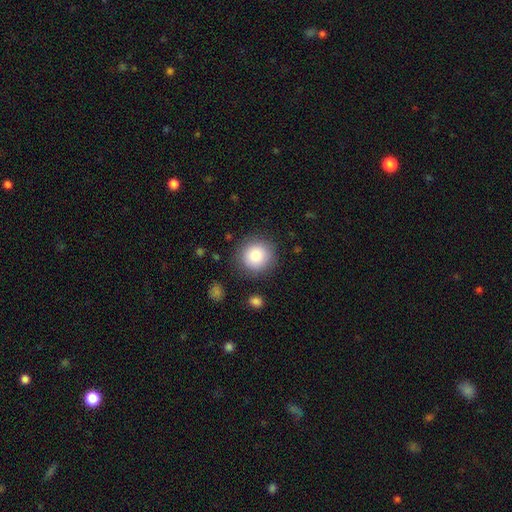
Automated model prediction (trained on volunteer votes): smooth-or-featured: smooth: 84% | star or artifact: 9% | featured or disk: 7%
  how-rounded: round: 93% | in between: 6% | cigar-shaped: 1%
  merging: none: 85% | minor disturbance: 9% | major disturbance: 3% | merger: 2%